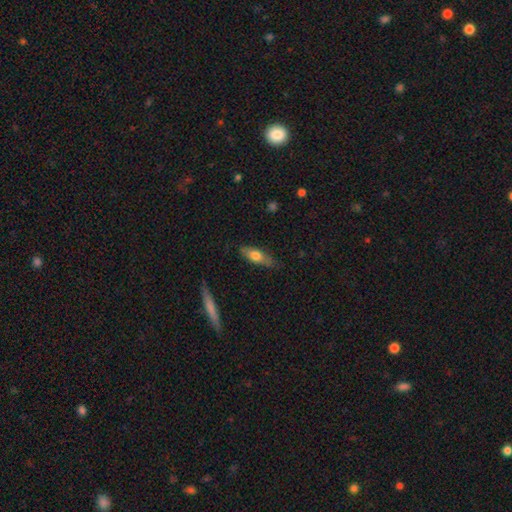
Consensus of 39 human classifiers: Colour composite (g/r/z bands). It shows a smooth galaxy with no disk features (67%) that is in between round and cigar-shaped (58%). Merging: none (76%).